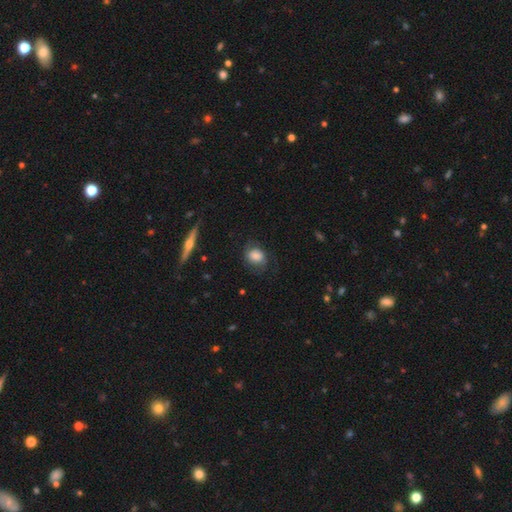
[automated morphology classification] smooth-or-featured: smooth: 57% | featured or disk: 35% | star or artifact: 8%
  how-rounded: round: 53% | in between: 45% | cigar-shaped: 2%
  merging: none: 64% | minor disturbance: 22% | major disturbance: 12% | merger: 2%